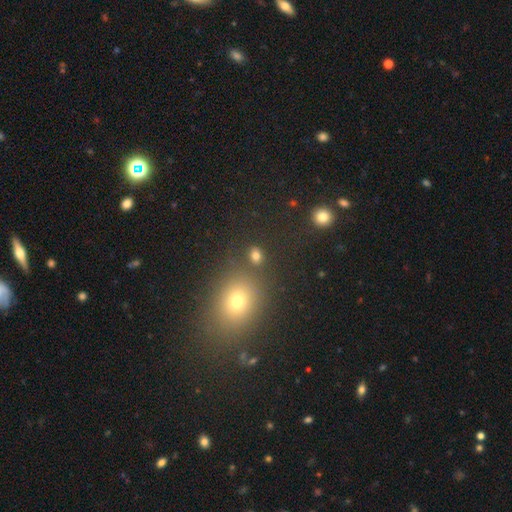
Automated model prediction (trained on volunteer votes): This appears to be a smooth galaxy with no disk features (78%) that is in between round and cigar-shaped (54%). Merging: none (79%).